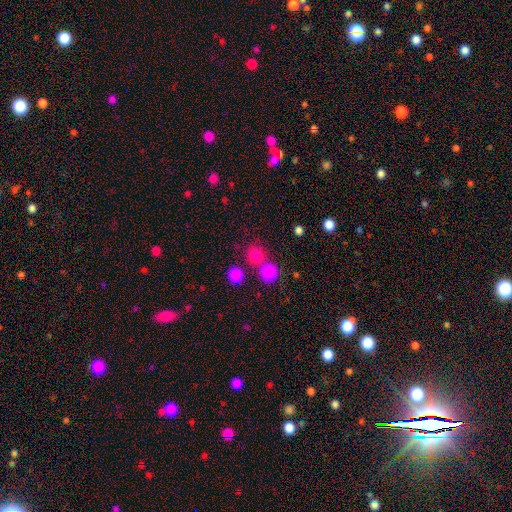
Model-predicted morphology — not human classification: This appears to be a smooth galaxy with no disk features (78%) that is round (89%). Merging: none (68%).